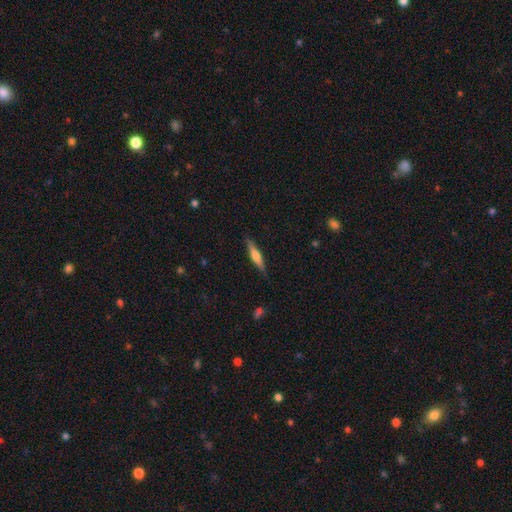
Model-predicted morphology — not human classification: This appears to be a featured or disk galaxy (51%) viewed edge-on (96%). Merging: none (86%).